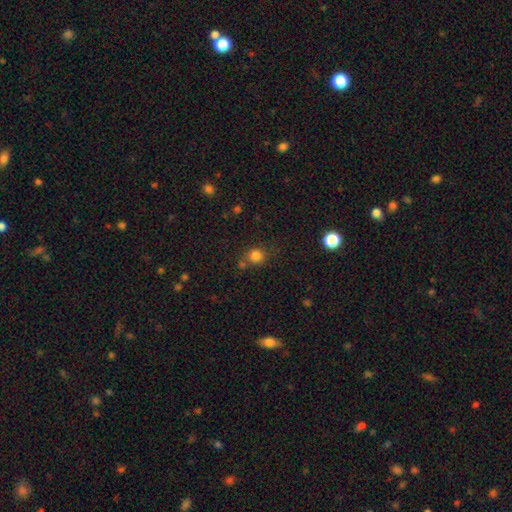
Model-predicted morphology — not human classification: This appears to be a smooth galaxy with no disk features (80%) that is round (86%). Merging: none (65%).